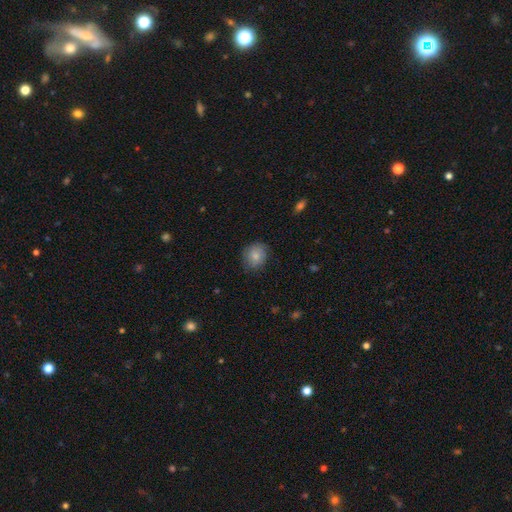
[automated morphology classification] A smooth galaxy with no disk features (79%) that is round (75%). Merging: none (79%).